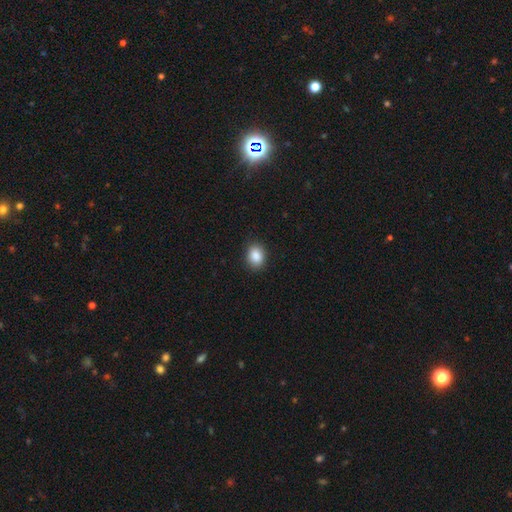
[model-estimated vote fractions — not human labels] A smooth galaxy with no disk features (87%) that is in between round and cigar-shaped (62%).

Vote fractions:
- Smooth or featured? smooth: 87% / star or artifact: 8% / featured or disk: 5%
- How rounded? in between: 62% / round: 37% / cigar-shaped: 1%
- Merging? none: 89% / minor disturbance: 8% / major disturbance: 2% / merger: 1%